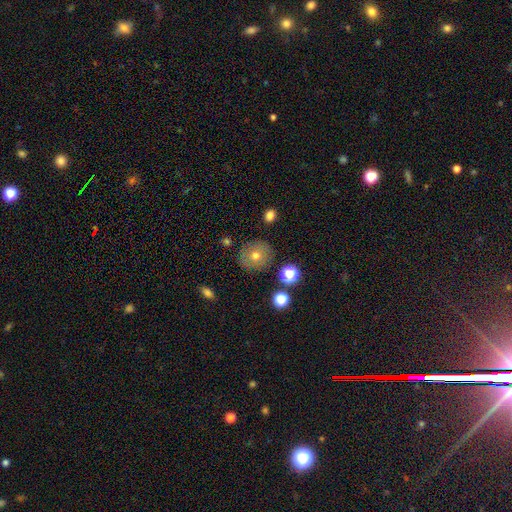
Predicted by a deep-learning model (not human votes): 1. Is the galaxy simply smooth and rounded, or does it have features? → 66% smooth, 21% featured or disk, 12% star or artifact.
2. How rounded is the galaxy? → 86% round, 13% in between, 1% cigar-shaped.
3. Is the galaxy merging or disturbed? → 85% none, 9% minor disturbance, 3% major disturbance, 3% merger.